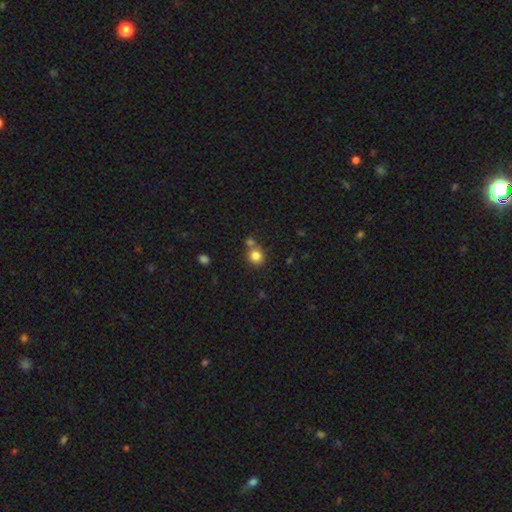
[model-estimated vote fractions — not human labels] smooth 83%, star or artifact 11%, featured or disk 7%. Down the decision tree: how rounded — round (87%); merging — none (63%).